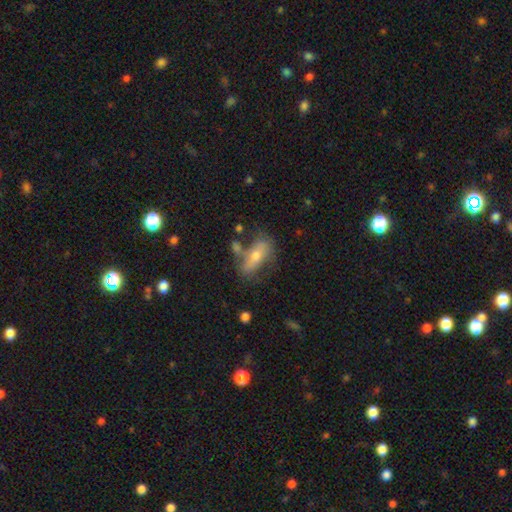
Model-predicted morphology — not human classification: type=smooth (49%); merging=none (55%).